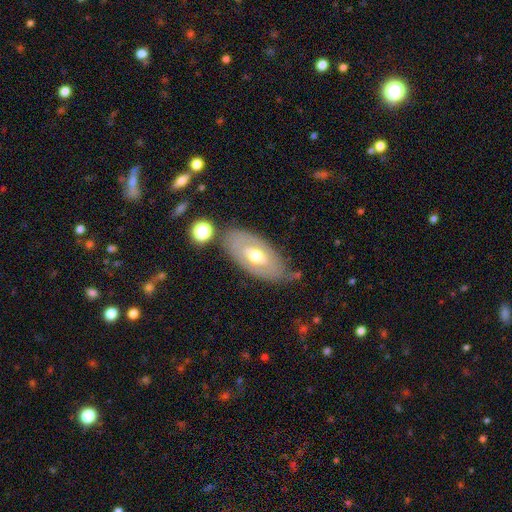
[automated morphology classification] This appears to be a featured or disk galaxy (55%). Merging: none (69%).